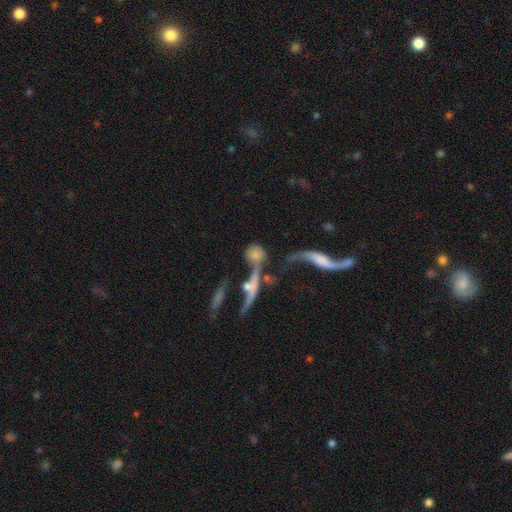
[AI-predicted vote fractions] Smooth or featured: smooth — 57% (featured or disk — 32%)
How rounded: round — 64% (in between — 26%)
Merging: merger — 39% (none — 29%)